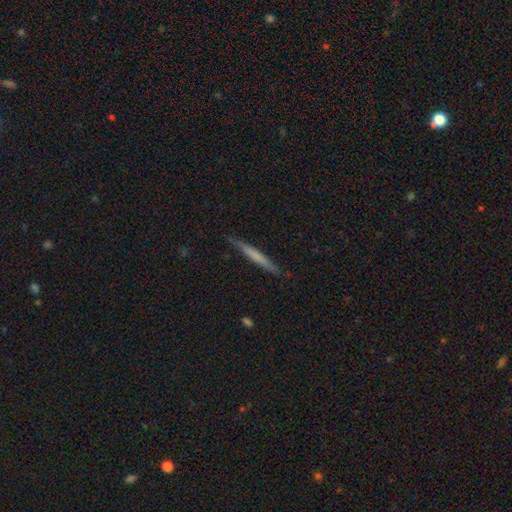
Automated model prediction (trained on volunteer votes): Morphology: type=smooth (57%); roundness=cigar-shaped (96%); merging=none (87%).